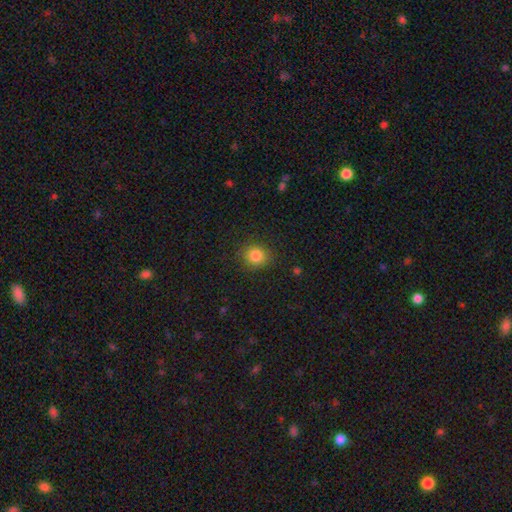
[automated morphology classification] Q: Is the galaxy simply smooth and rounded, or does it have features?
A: smooth — 84%.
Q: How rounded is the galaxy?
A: round — 84%.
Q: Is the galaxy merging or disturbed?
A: none — 87%.